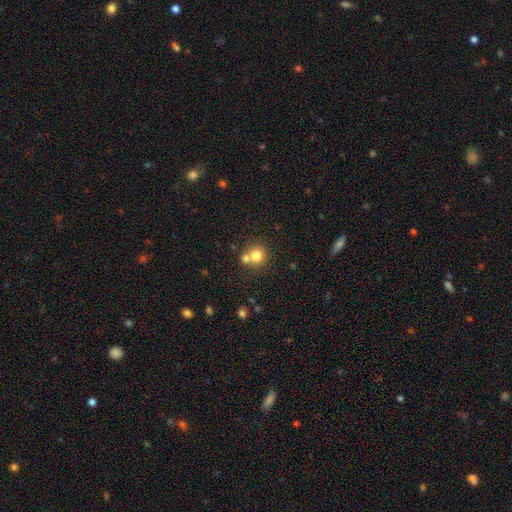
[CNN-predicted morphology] Smooth or featured? Predicted: smooth (p=0.78). How rounded? Predicted: round (p=0.89). Merging? Predicted: none (p=0.55).